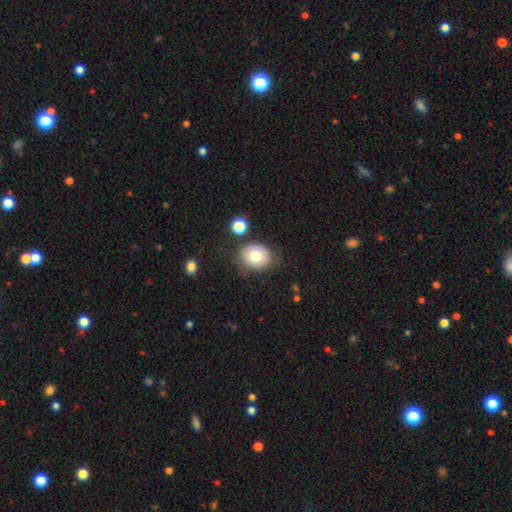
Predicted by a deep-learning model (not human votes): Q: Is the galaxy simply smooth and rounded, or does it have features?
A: smooth — 76%.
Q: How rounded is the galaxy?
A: round — 57%.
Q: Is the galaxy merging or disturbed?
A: none — 73%.